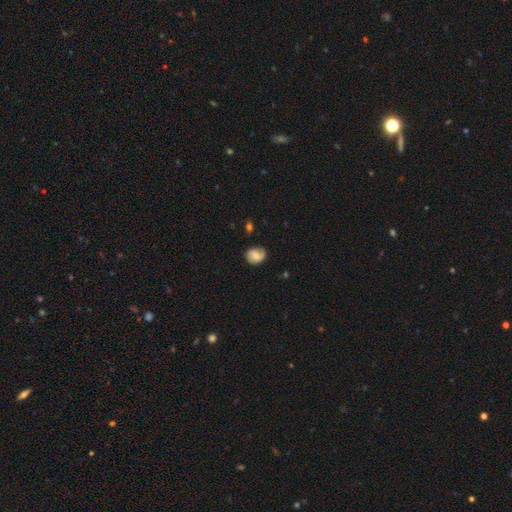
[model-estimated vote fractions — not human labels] Smooth or featured? Predicted: featured or disk (p=0.49). Merging? Predicted: none (p=0.68).